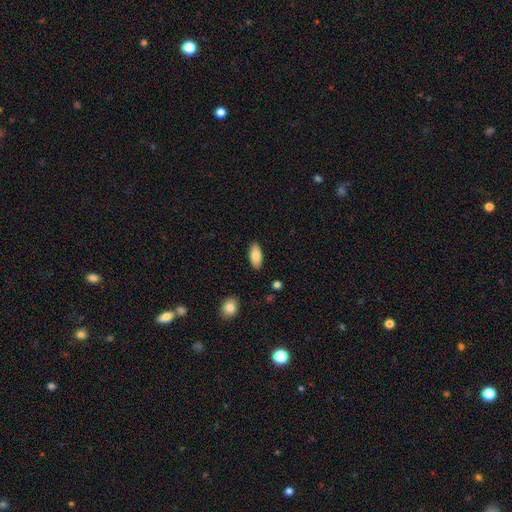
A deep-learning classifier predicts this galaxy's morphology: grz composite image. It shows a smooth galaxy with no disk features (83%) that is in between round and cigar-shaped (89%). Merging: none (88%).